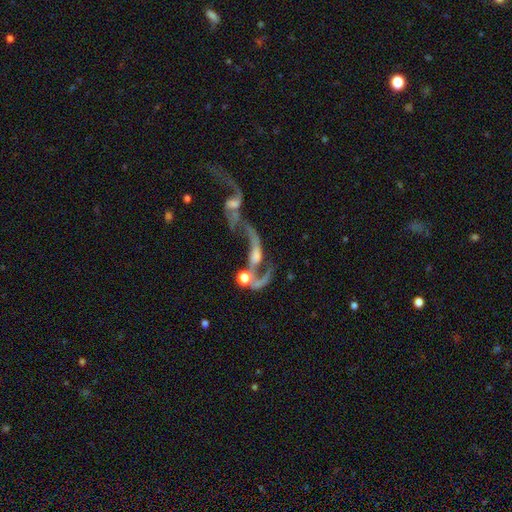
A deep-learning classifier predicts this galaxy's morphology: Q: Smooth or featured?
A: featured or disk (68%); runner-up: smooth (18%)
Q: Edge-on disk?
A: no (92%); runner-up: yes (8%)
Q: Bar?
A: no (59%); runner-up: weak (27%)
Q: Spiral arms?
A: yes (70%); runner-up: no (30%)
Q: Bulge size?
A: moderate (32%); runner-up: none (30%)
Q: Merging?
A: merger (64%); runner-up: major disturbance (19%)